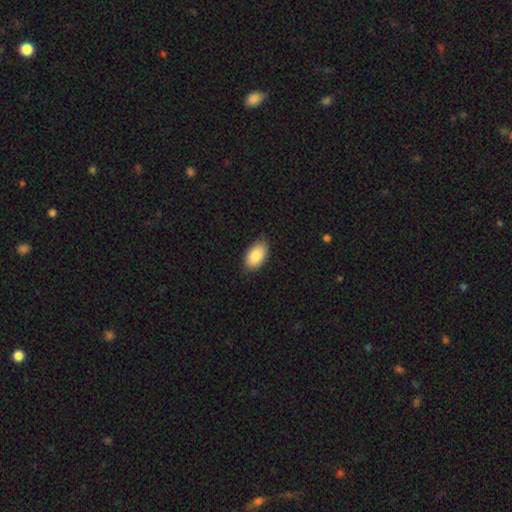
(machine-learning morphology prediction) The model was most divided on "merging": none: 85%, minor disturbance: 12%, major disturbance: 2%, merger: 1%. More confident: how rounded — in between (94%); smooth or featured — smooth (87%).